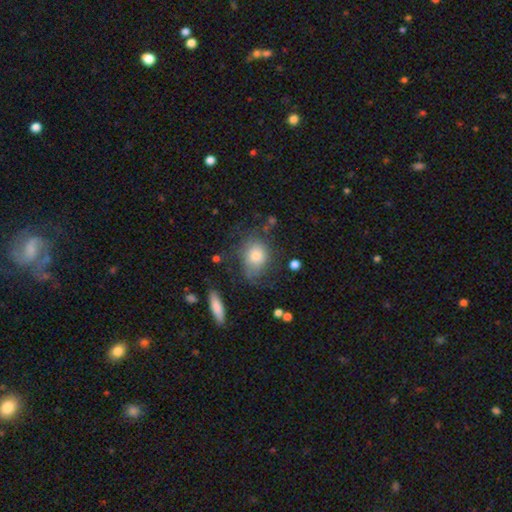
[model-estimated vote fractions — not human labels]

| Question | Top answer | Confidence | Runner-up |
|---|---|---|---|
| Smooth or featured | smooth | 73% | featured or disk (18%) |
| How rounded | in between | 57% | round (42%) |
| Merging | none | 56% | minor disturbance (26%) |